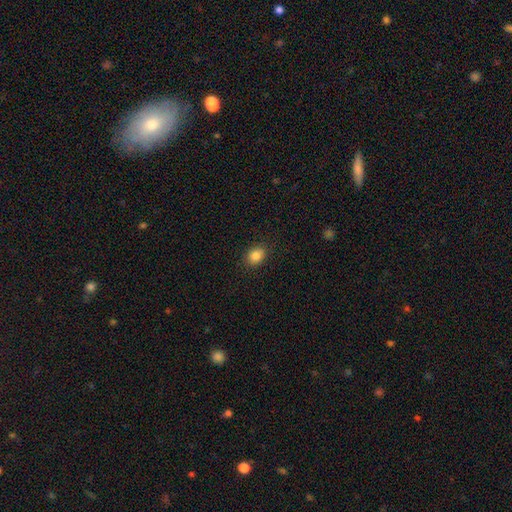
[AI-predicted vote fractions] Q: Smooth or featured?
A: smooth (85%); runner-up: star or artifact (10%)
Q: How rounded?
A: in between (54%); runner-up: round (45%)
Q: Merging?
A: none (89%); runner-up: minor disturbance (8%)